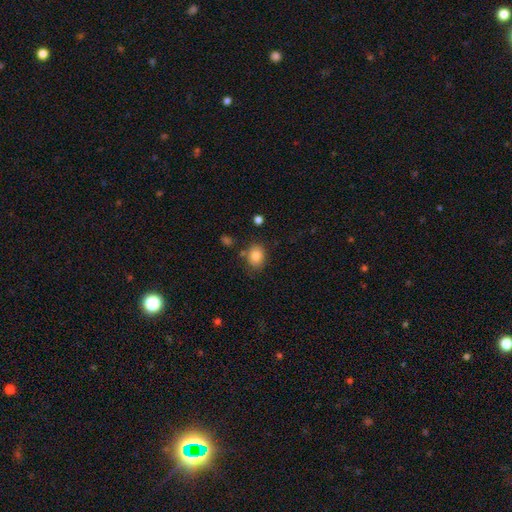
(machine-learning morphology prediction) smooth_or_featured: smooth (p=0.83) [alt: star or artifact p=0.10]
how_rounded: round (p=0.53) [alt: in between p=0.46]
merging: none (p=0.76) [alt: minor disturbance p=0.15]